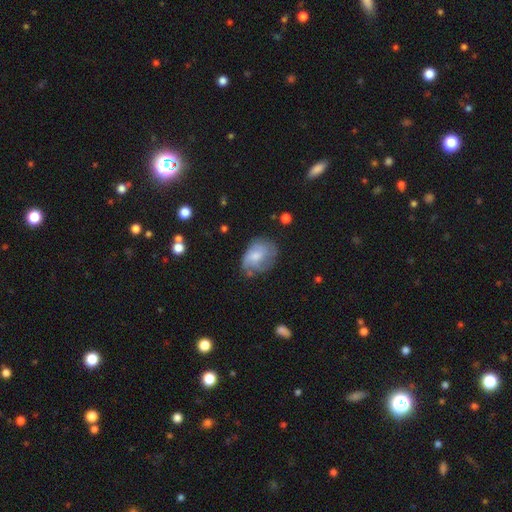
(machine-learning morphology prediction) Q: Smooth or featured?
A: smooth (52%); runner-up: featured or disk (40%)
Q: How rounded?
A: in between (68%); runner-up: round (31%)
Q: Merging?
A: none (48%); runner-up: minor disturbance (31%)